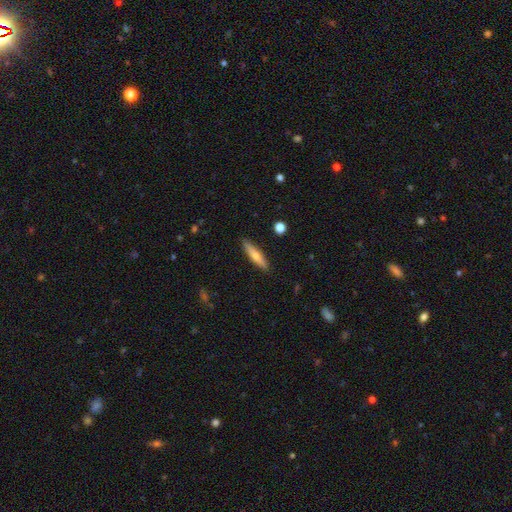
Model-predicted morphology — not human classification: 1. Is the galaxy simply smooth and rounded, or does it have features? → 60% smooth, 34% featured or disk, 6% star or artifact.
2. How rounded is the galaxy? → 85% cigar-shaped, 13% in between, 2% round.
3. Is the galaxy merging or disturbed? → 90% none, 8% minor disturbance, 2% major disturbance, 1% merger.